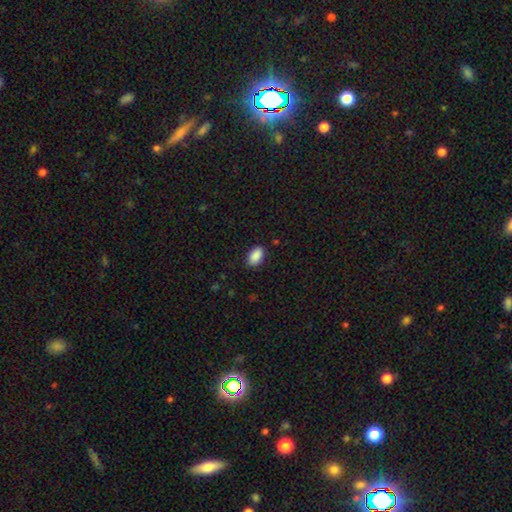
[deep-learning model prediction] Overall: smooth (90%). How rounded: in between (93%). Merging: none (86%).